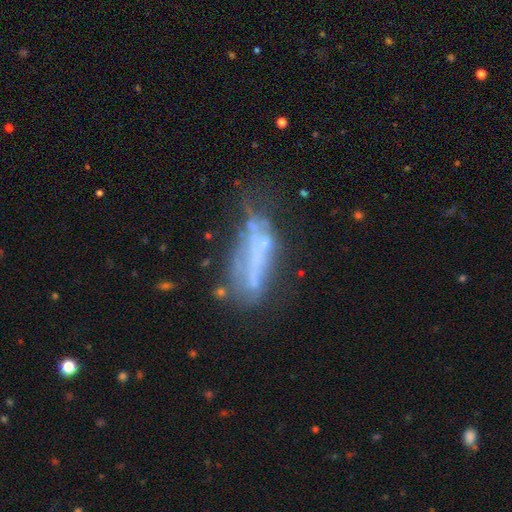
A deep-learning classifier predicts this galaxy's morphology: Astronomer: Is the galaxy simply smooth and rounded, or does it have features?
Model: featured or disk — 52% (runner-up: smooth, 33%).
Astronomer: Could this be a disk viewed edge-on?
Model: no — 77%.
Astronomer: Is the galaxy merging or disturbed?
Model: none — 35% (runner-up: major disturbance, 27%).